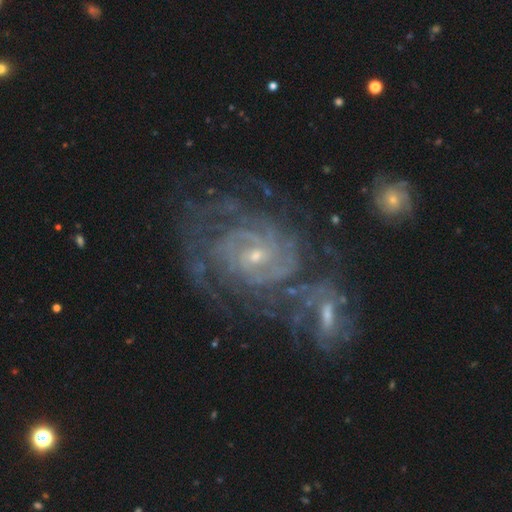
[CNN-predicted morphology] This is clearly a featured or disk galaxy (88%). It is clearly not viewed edge-on (97%). Bar: possibly no (46%). Spiral arm pattern: clearly yes (97%). Spiral arm count: marginally can't tell (34%). Spiral winding: likely tight (77%). Central bulge: likely small (73%). Merging: marginally none (41%).